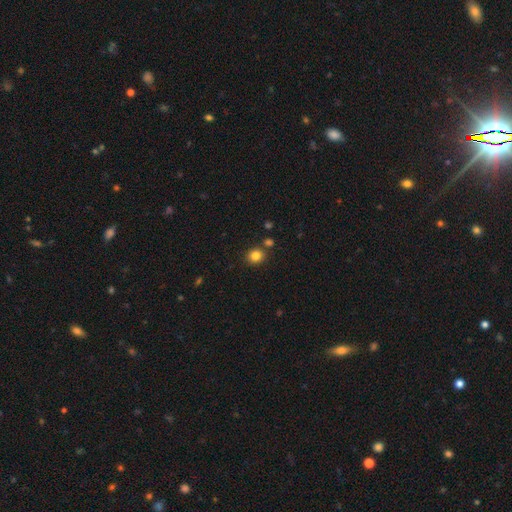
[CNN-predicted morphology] A smooth galaxy with no disk features (83%) that is round (76%). Merging: none (80%).